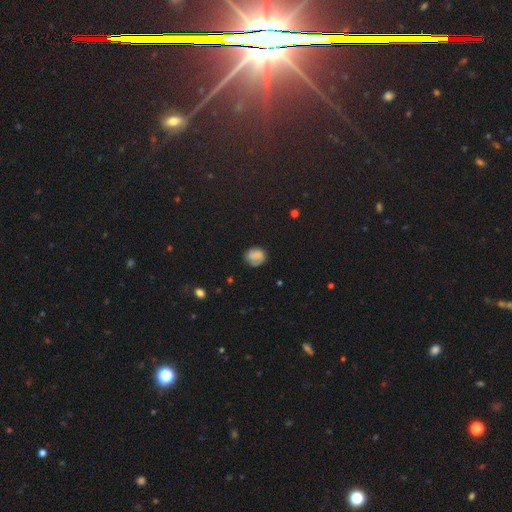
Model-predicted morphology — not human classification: type=smooth (71%); roundness=round (64%); merging=none (60%).